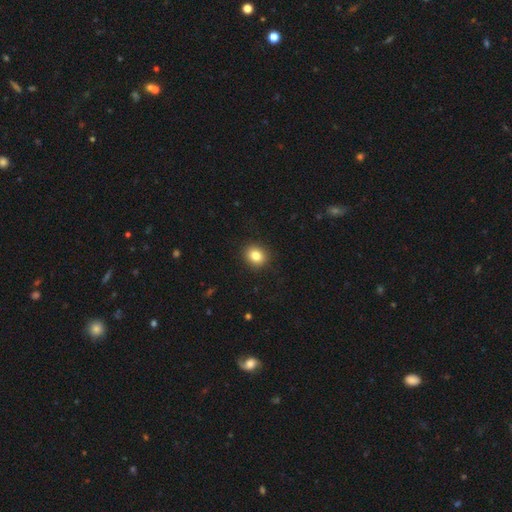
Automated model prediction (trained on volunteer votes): A smooth galaxy with no disk features (83%) that is round (71%). Merging: none (91%).